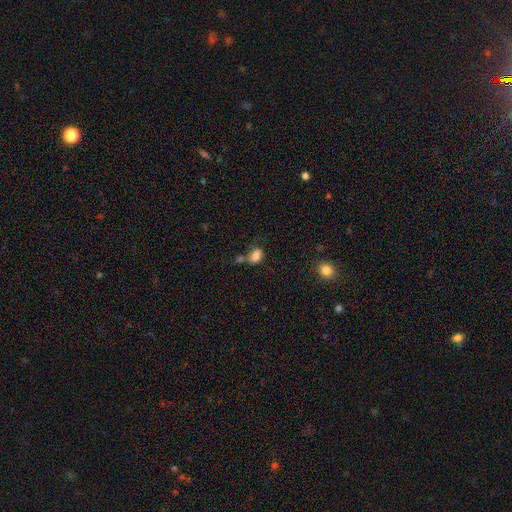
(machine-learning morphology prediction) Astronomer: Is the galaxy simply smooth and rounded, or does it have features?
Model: smooth — 82%.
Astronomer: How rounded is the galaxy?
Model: in between — 75%.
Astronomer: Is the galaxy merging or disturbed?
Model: none — 46% (runner-up: merger, 23%).